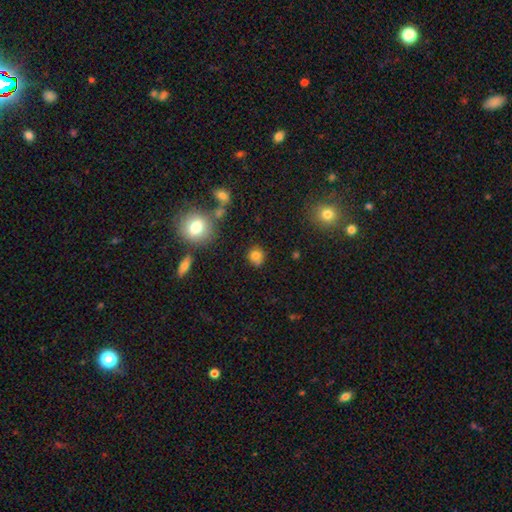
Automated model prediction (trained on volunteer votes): Overall: smooth (79%). How rounded: round (85%). Merging: none (74%).